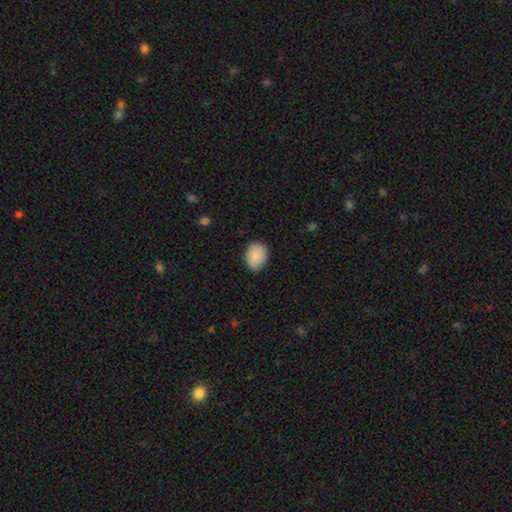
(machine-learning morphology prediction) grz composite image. It shows a smooth galaxy with no disk features (90%) that is in between round and cigar-shaped (53%). Merging: none (82%).